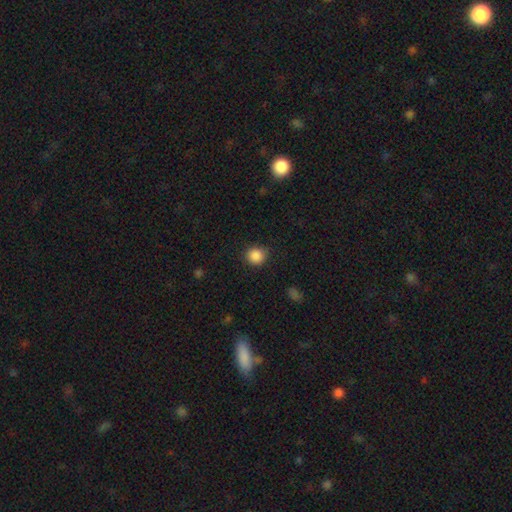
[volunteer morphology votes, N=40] type=smooth (92%); roundness=round (92%); merging=none (95%).